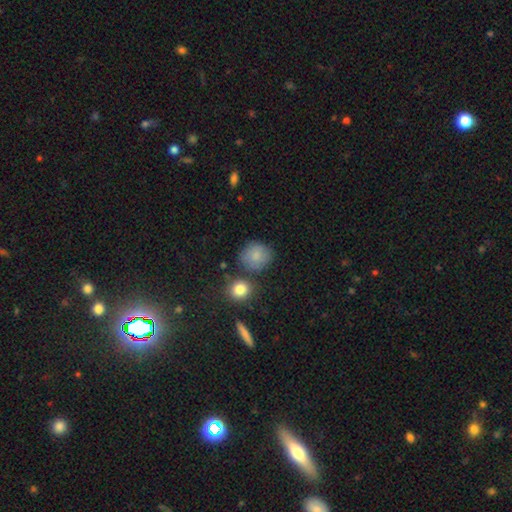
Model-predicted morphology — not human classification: type=smooth (82%); roundness=round (81%); merging=none (69%).